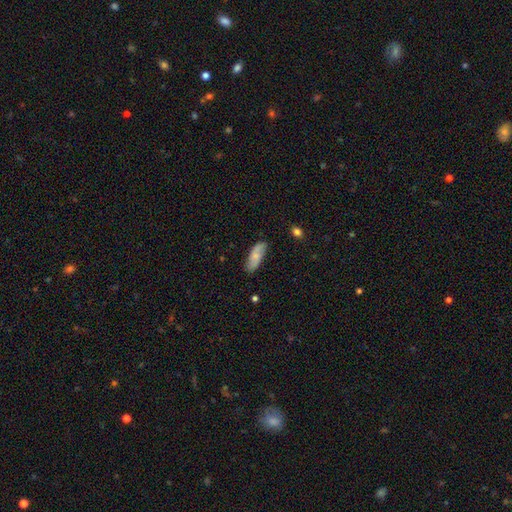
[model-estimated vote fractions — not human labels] Smooth or featured?
  - smooth: 68% *
  - featured or disk: 26%
  - star or artifact: 6%
How rounded?
  - in between: 73% *
  - cigar-shaped: 25%
  - round: 2%
Merging?
  - none: 77% *
  - minor disturbance: 18%
  - major disturbance: 3%
  - merger: 2%